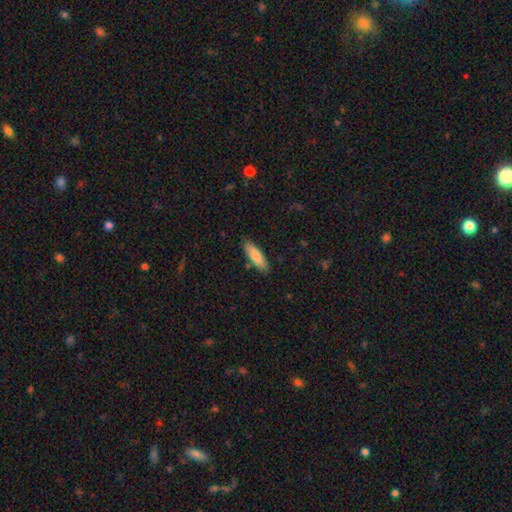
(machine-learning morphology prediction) A smooth galaxy with no disk features (78%) that is in between round and cigar-shaped (50%).

Vote fractions:
- Smooth or featured? smooth: 78% / featured or disk: 16% / star or artifact: 6%
- How rounded? in between: 50% / cigar-shaped: 48% / round: 2%
- Merging? none: 85% / minor disturbance: 11% / major disturbance: 2% / merger: 2%